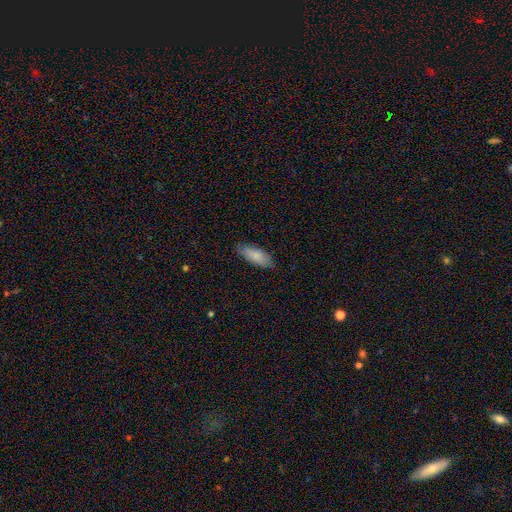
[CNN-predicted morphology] Smooth or featured: smooth — 82% (featured or disk — 12%)
How rounded: in between — 75% (cigar-shaped — 23%)
Merging: none — 80% (minor disturbance — 16%)